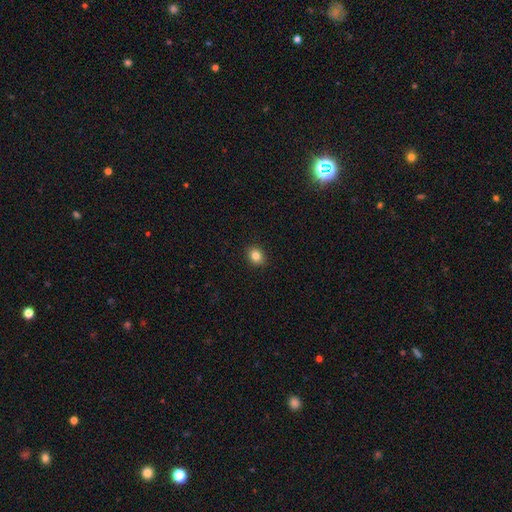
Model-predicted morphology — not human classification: Q: Smooth or featured?
A: smooth (83%); runner-up: star or artifact (11%)
Q: How rounded?
A: round (56%); runner-up: in between (43%)
Q: Merging?
A: none (90%); runner-up: minor disturbance (7%)